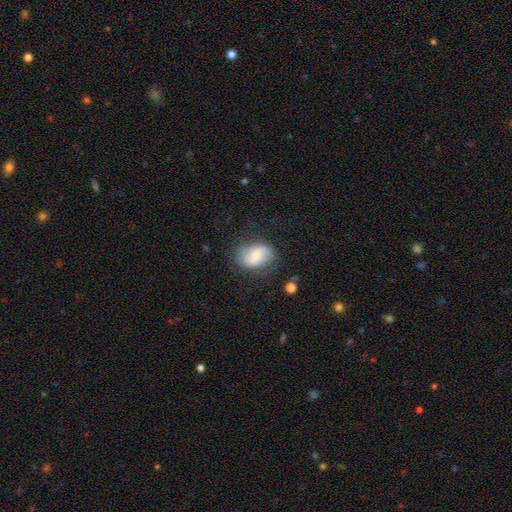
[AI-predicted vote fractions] Smooth or featured?
  - smooth: 48% *
  - featured or disk: 44%
  - star or artifact: 7%
Merging?
  - none: 69% *
  - minor disturbance: 21%
  - major disturbance: 8%
  - merger: 2%